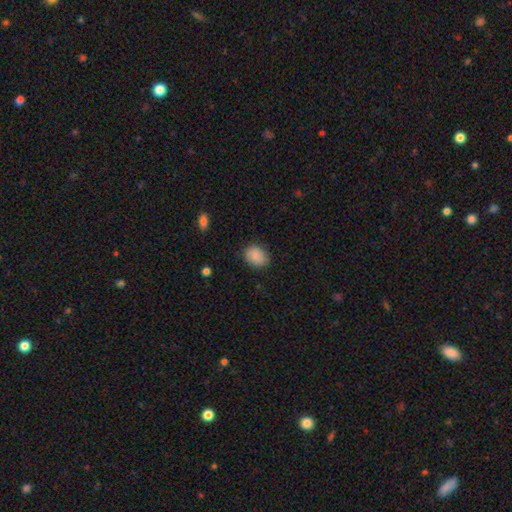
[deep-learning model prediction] smooth_or_featured: smooth (p=0.87) [alt: star or artifact p=0.07]
how_rounded: in between (p=0.52) [alt: round p=0.47]
merging: none (p=0.85) [alt: minor disturbance p=0.11]